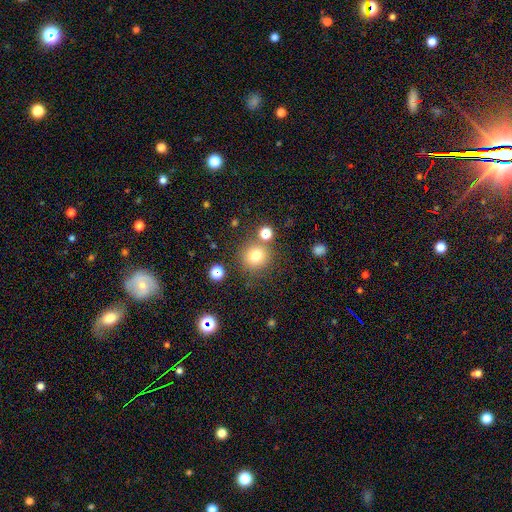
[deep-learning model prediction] smooth_or_featured: smooth (p=0.76) [alt: star or artifact p=0.15]
how_rounded: round (p=0.93) [alt: in between p=0.06]
merging: none (p=0.78) [alt: merger p=0.10]